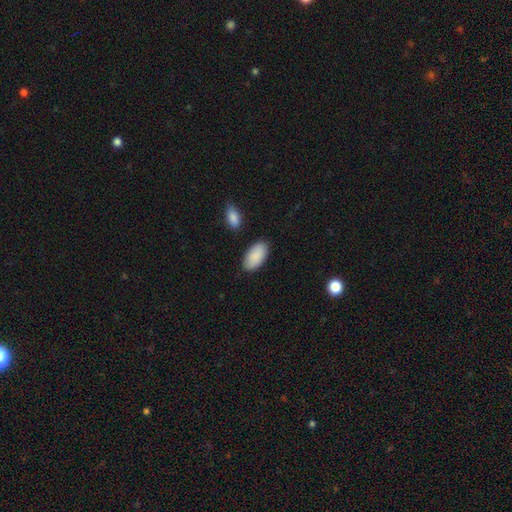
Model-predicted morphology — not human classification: Smooth or featured: smooth — 90% (star or artifact — 5%)
How rounded: in between — 95% (cigar-shaped — 2%)
Merging: none — 85% (minor disturbance — 10%)